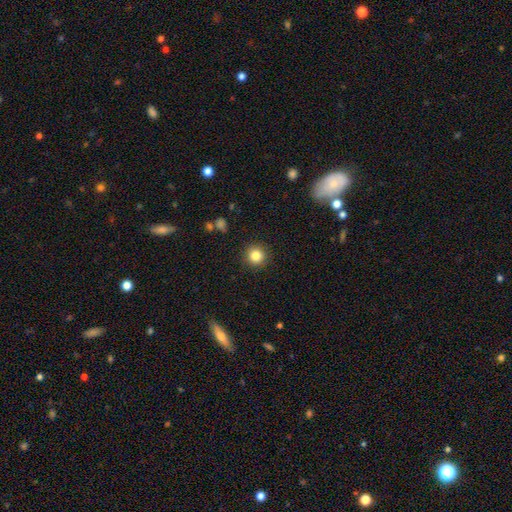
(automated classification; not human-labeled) Overall: smooth (84%). How rounded: round (94%). Merging: none (91%).